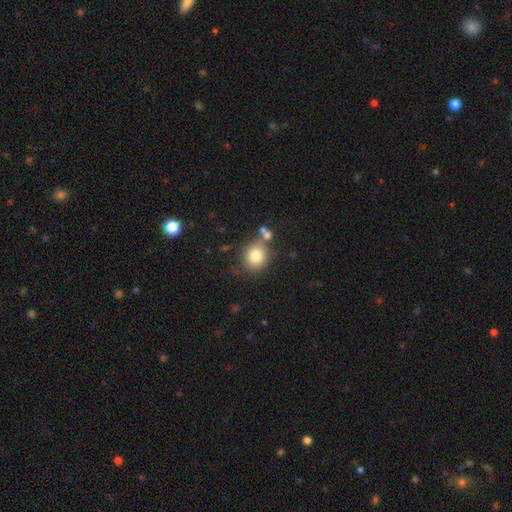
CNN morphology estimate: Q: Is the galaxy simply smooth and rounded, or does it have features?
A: smooth — 78%.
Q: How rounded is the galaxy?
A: round — 77%.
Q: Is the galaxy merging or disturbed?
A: none — 67%.